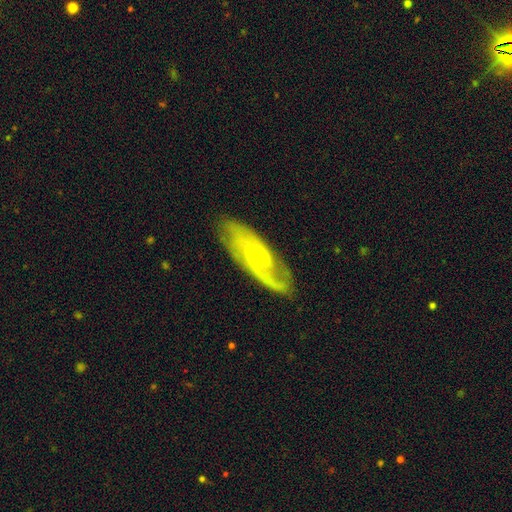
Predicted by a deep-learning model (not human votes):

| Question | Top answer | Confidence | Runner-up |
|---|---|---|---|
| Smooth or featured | featured or disk | 87% | smooth (8%) |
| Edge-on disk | no | 93% | yes (7%) |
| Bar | no | 58% | weak (34%) |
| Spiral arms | yes | 97% | no (3%) |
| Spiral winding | medium | 50% | tight (34%) |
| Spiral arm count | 2 | 69% | can't tell (12%) |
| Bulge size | small | 82% | moderate (11%) |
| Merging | none | 76% | minor disturbance (17%) |